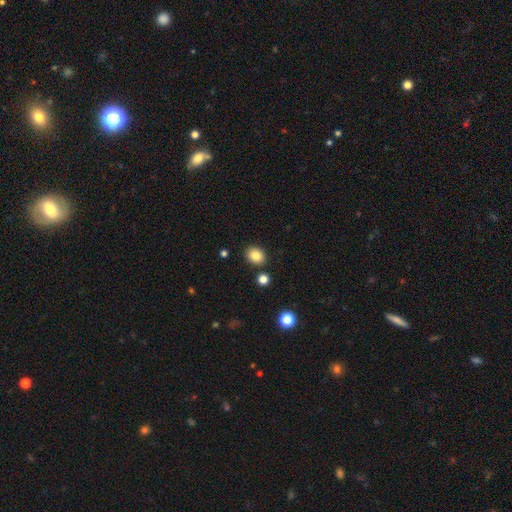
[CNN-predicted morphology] Smooth or featured?
  - smooth: 85% *
  - star or artifact: 10%
  - featured or disk: 5%
How rounded?
  - round: 53% *
  - in between: 46%
  - cigar-shaped: 1%
Merging?
  - none: 87% *
  - minor disturbance: 8%
  - merger: 3%
  - major disturbance: 2%